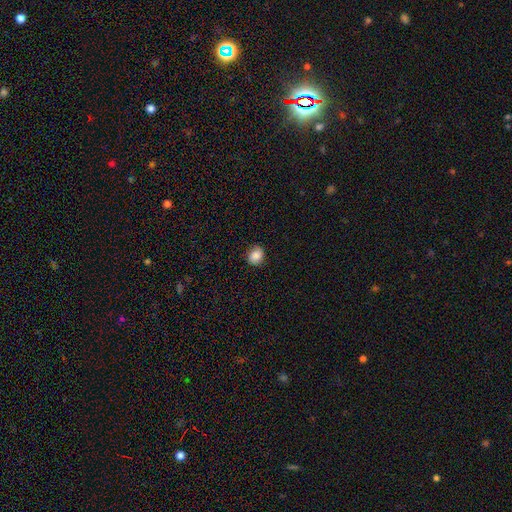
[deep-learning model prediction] Overall: smooth (85%). How rounded: round (70%). Merging: none (85%).